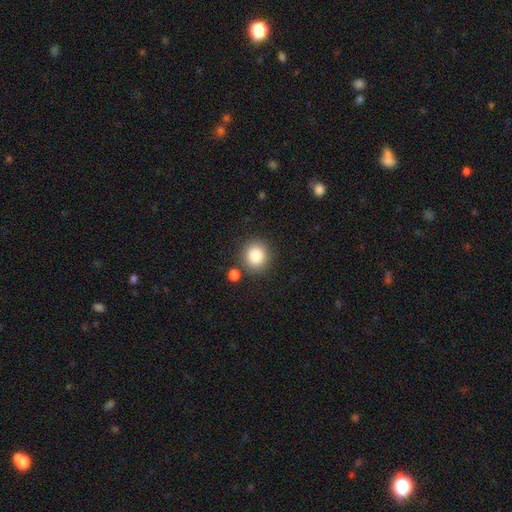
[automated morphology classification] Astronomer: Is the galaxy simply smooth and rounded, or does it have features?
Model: smooth — 86%.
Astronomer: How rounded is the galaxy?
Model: round — 86%.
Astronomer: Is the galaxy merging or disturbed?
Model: none — 83%.